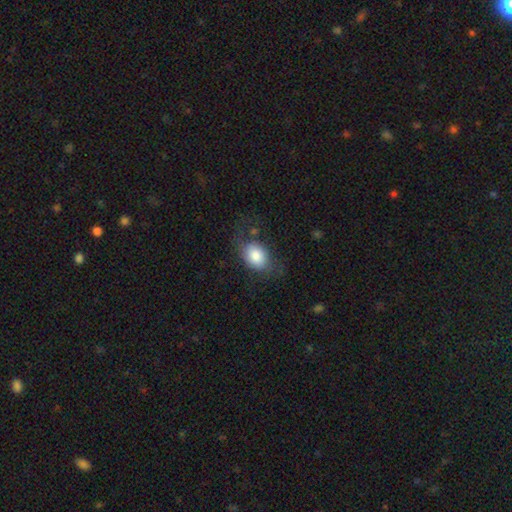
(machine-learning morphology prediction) This is likely a smooth galaxy (76%). How rounded: likely in between (75%). Merging: possibly none (53%).